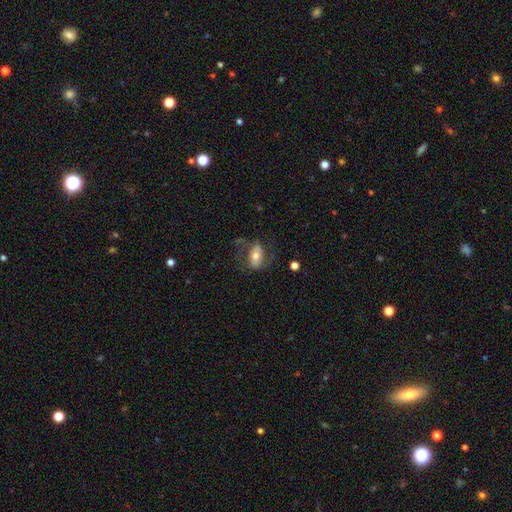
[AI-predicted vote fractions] Smooth or featured?
  - featured or disk: 47% *
  - smooth: 45%
  - star or artifact: 8%
Merging?
  - none: 60% *
  - minor disturbance: 20%
  - major disturbance: 18%
  - merger: 2%